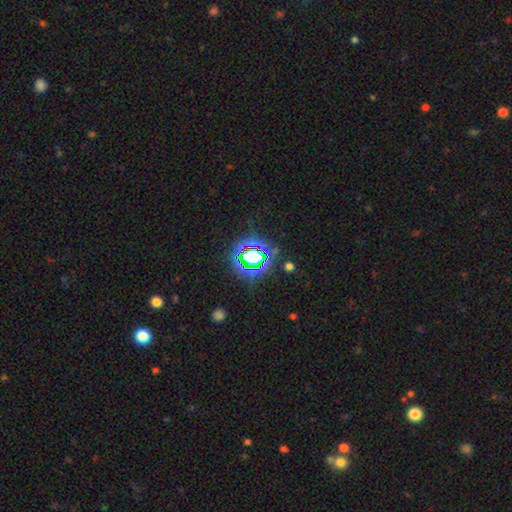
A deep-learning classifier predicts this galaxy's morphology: A star or artifact, not a galaxy (70%).